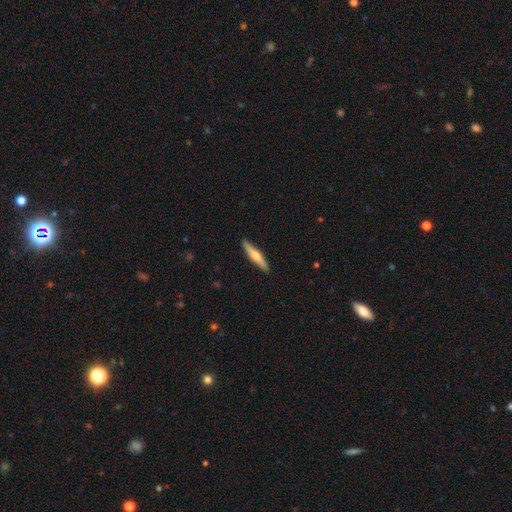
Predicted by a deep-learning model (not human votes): Smooth or featured? Predicted: featured or disk (p=0.53). Edge-on disk? Predicted: yes (p=0.95). Edge-on bulge? Predicted: rounded (p=0.90). Merging? Predicted: none (p=0.90).